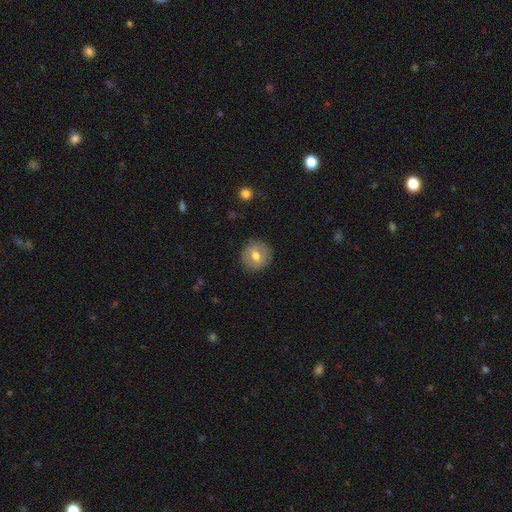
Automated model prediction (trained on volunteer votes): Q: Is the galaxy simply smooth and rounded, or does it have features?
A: smooth — 65%.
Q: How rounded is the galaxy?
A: round — 87%.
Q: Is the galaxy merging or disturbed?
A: none — 86%.